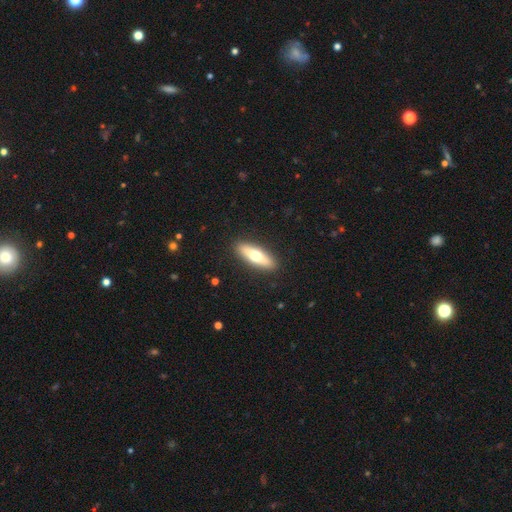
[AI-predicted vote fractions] This appears to be a smooth galaxy with no disk features (55%) that is cigar-shaped (57%). Merging: none (90%).